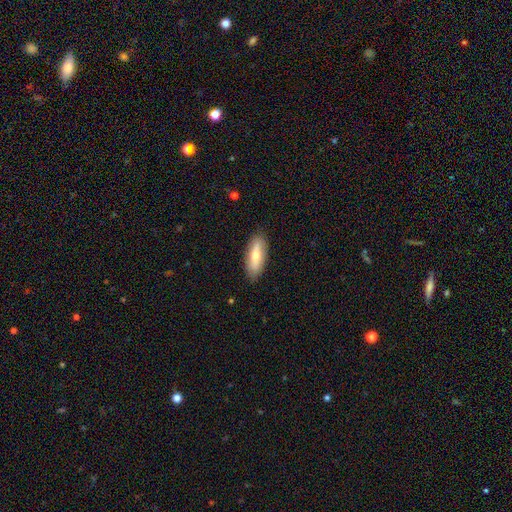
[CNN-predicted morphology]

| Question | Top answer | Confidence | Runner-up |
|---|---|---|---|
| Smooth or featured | smooth | 62% | featured or disk (32%) |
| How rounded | in between | 68% | cigar-shaped (29%) |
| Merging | none | 86% | minor disturbance (11%) |